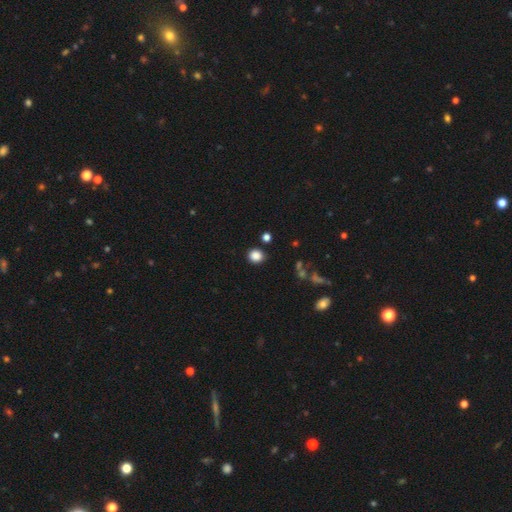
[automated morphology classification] smooth 86%, star or artifact 11%, featured or disk 3%. Down the decision tree: how rounded — round (81%); merging — none (86%).